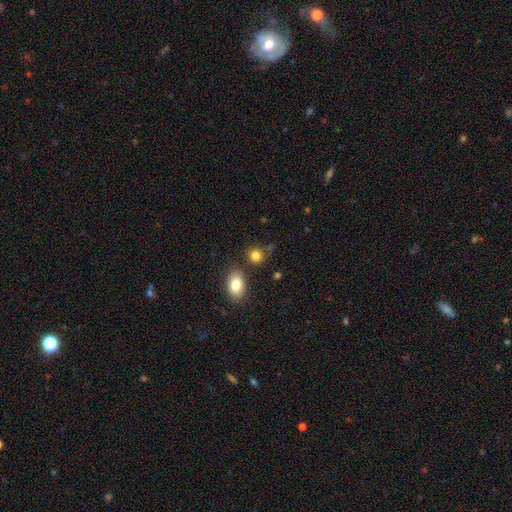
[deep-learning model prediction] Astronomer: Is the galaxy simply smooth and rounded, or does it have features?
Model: smooth — 83%.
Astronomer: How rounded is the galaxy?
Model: round — 74%.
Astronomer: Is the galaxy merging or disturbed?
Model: none — 75%.